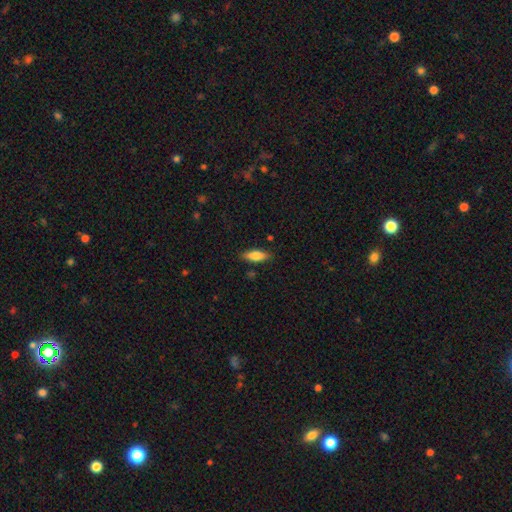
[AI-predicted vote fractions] This is likely a smooth galaxy (77%). How rounded: likely in between (64%). Merging: clearly none (86%).